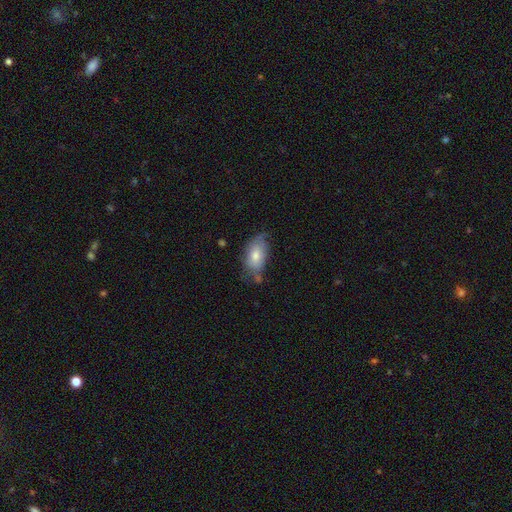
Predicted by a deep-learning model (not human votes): smooth 68%, featured or disk 25%, star or artifact 7%. Down the decision tree: how rounded — in between (91%); merging — none (48%).